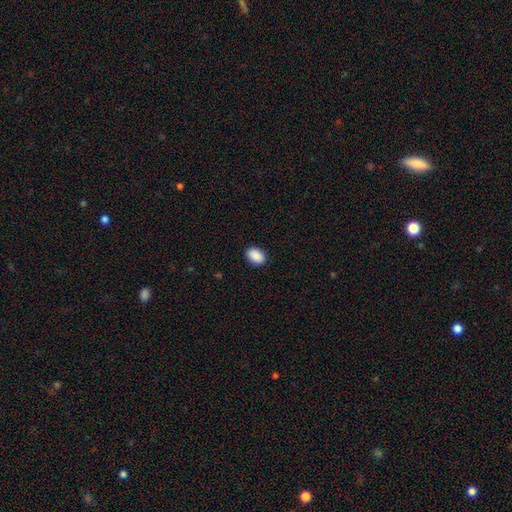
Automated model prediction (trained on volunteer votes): Q: Smooth or featured?
A: smooth (91%); runner-up: star or artifact (7%)
Q: How rounded?
A: in between (84%); runner-up: round (15%)
Q: Merging?
A: none (90%); runner-up: minor disturbance (7%)